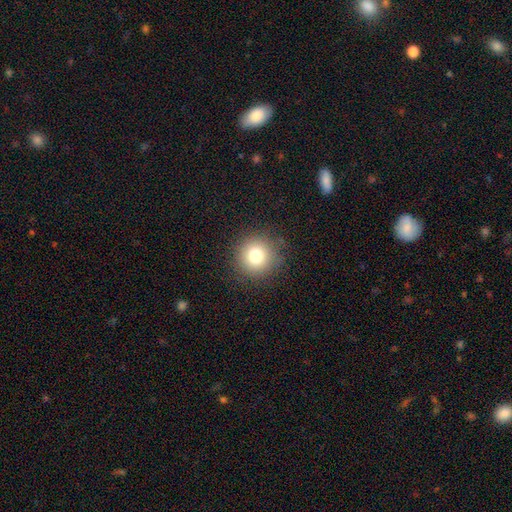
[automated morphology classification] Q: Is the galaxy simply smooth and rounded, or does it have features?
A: smooth — 78%.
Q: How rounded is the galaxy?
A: round — 94%.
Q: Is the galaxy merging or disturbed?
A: none — 88%.